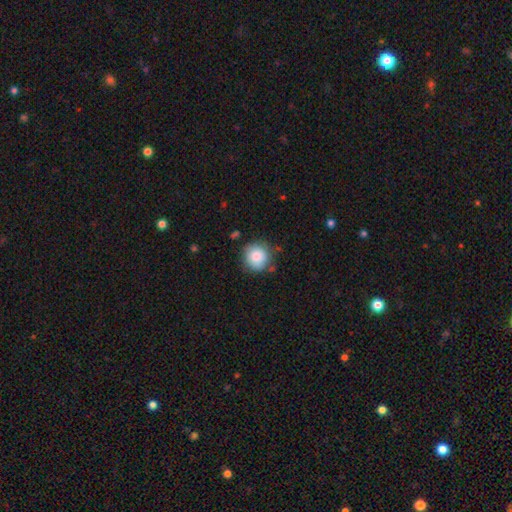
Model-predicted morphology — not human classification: smooth 83%, featured or disk 8%, star or artifact 8%. Down the decision tree: how rounded — round (92%); merging — none (79%).